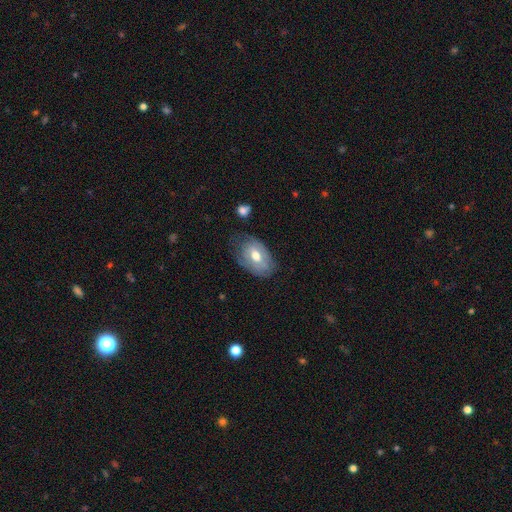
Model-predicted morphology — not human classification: smooth_or_featured: featured or disk (p=0.47) [tied with: smooth p=0.47]
merging: none (p=0.59) [alt: minor disturbance p=0.29]